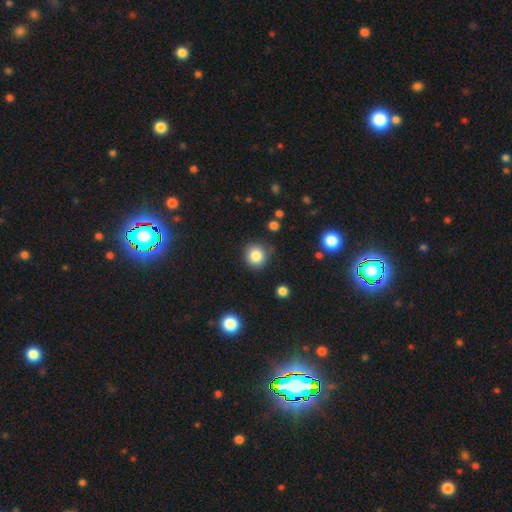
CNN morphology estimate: This appears to be a smooth galaxy with no disk features (85%) that is round (91%). Merging: none (85%).